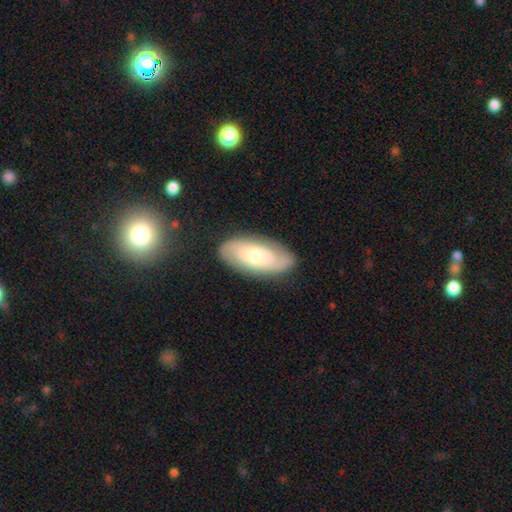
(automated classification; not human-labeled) featured or disk 61%, smooth 32%, star or artifact 6%. Down the decision tree: edge-on disk — no (92%); bar — no (70%); spiral arms — yes (83%); bulge size — moderate (50%); merging — none (83%).